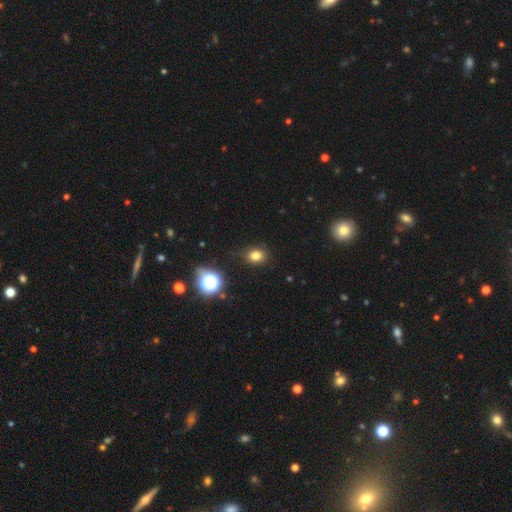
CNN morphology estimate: smooth-or-featured: smooth: 78% | star or artifact: 16% | featured or disk: 6%
  how-rounded: in between: 52% | round: 47% | cigar-shaped: 1%
  merging: none: 82% | minor disturbance: 13% | major disturbance: 3% | merger: 2%